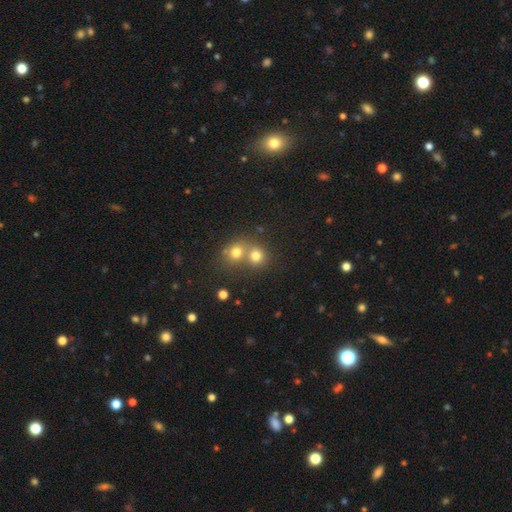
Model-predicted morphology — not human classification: Overall: smooth (75%). How rounded: round (82%). Merging: merger (48%; none 43%).